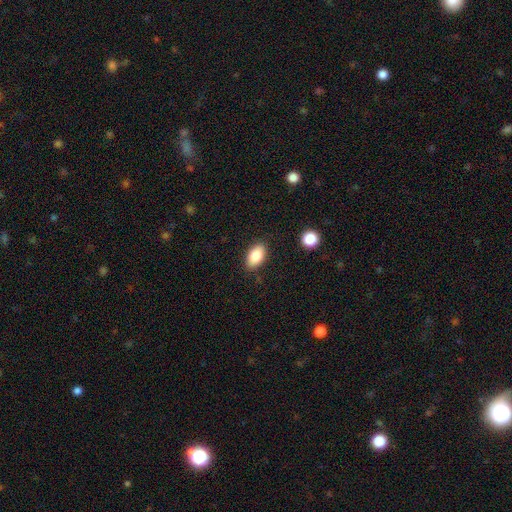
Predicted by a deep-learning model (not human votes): Q: Smooth or featured?
A: smooth (86%); runner-up: star or artifact (7%)
Q: How rounded?
A: in between (92%); runner-up: round (5%)
Q: Merging?
A: none (86%); runner-up: minor disturbance (10%)